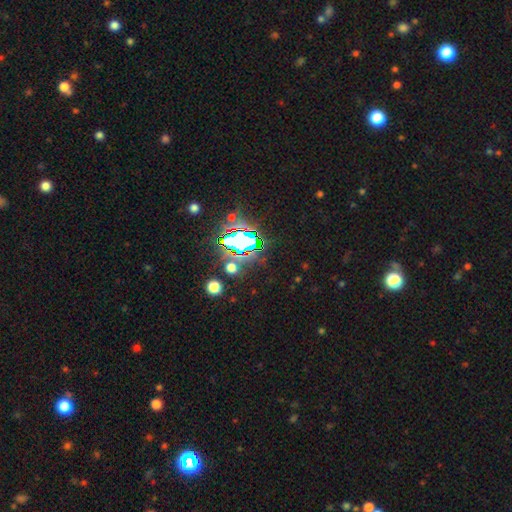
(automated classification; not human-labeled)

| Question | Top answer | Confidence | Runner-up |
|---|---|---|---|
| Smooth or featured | star or artifact | 83% | smooth (10%) |